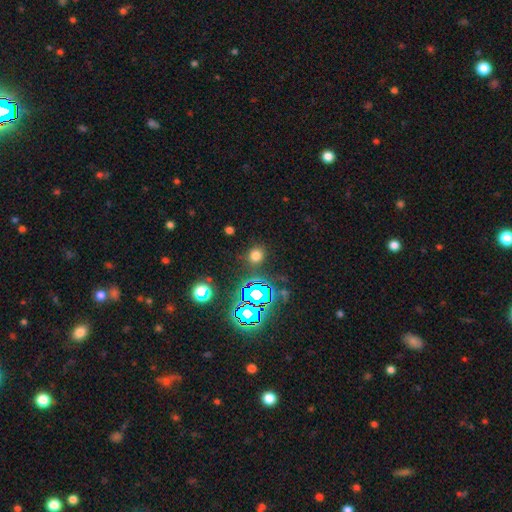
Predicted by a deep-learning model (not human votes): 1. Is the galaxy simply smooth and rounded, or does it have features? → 67% smooth, 27% star or artifact, 6% featured or disk.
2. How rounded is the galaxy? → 84% round, 15% in between, 1% cigar-shaped.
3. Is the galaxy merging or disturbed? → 86% none, 8% minor disturbance, 3% major disturbance, 3% merger.